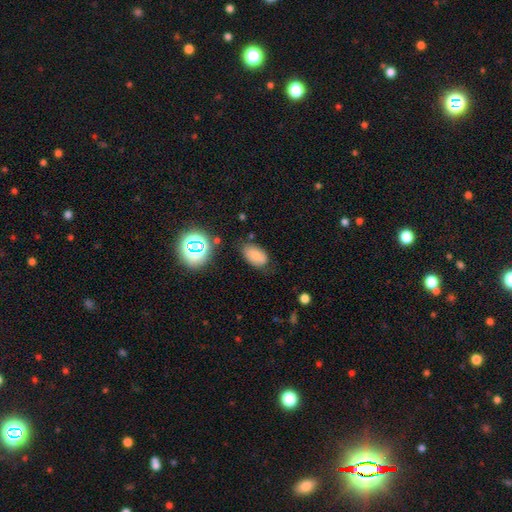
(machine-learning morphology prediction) This is likely a smooth galaxy (74%). How rounded: clearly in between (92%). Merging: likely none (71%).